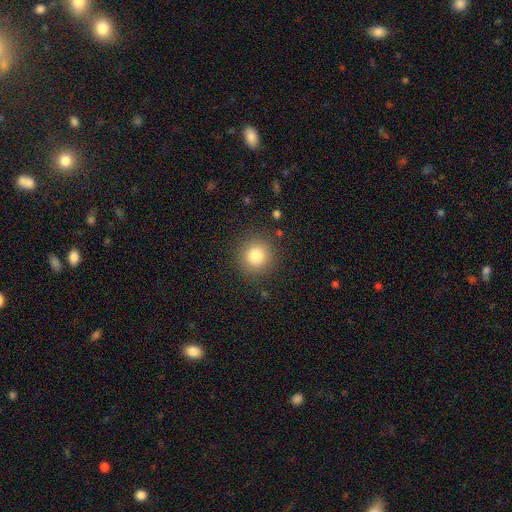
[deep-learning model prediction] Smooth or featured?
  - smooth: 82% *
  - star or artifact: 11%
  - featured or disk: 7%
How rounded?
  - round: 93% *
  - in between: 6%
  - cigar-shaped: 1%
Merging?
  - none: 89% *
  - minor disturbance: 7%
  - major disturbance: 3%
  - merger: 1%